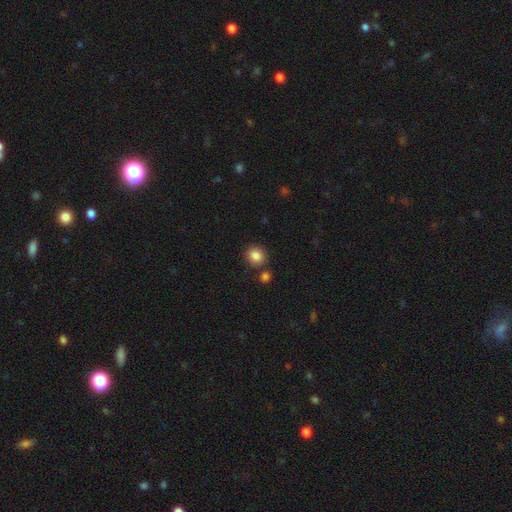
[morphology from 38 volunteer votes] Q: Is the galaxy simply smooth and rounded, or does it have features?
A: smooth — 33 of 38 (87%).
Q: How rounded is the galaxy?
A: round — 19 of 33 (58%).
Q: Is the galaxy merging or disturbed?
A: none — 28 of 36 (78%).